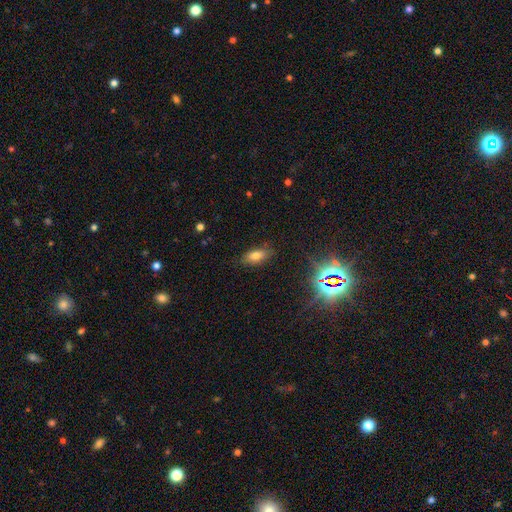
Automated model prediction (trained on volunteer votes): Smooth or featured? smooth (73%)
How rounded? in between (84%)
Merging? none (83%)